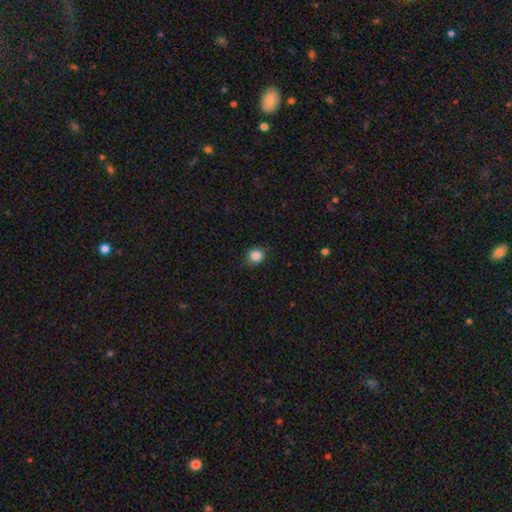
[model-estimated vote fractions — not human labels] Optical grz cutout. It shows a smooth galaxy with no disk features (85%) that is round (75%). Merging: none (79%).